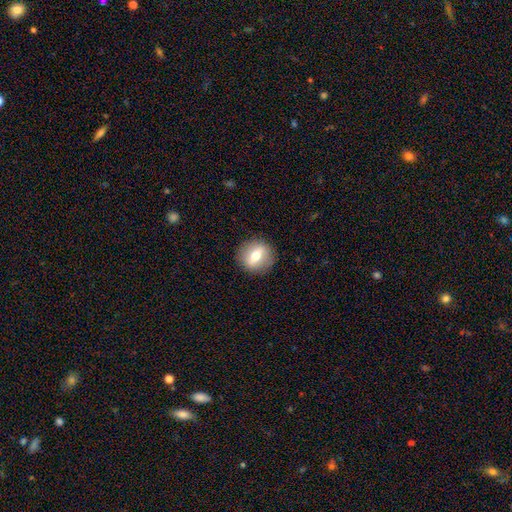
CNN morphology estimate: type=smooth (55%); roundness=round (81%); merging=none (89%).